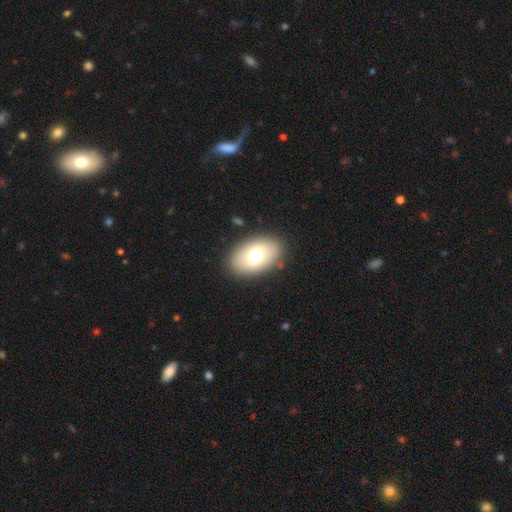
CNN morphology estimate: A smooth galaxy with no disk features (67%) that is in between round and cigar-shaped (89%). Merging: none (87%).